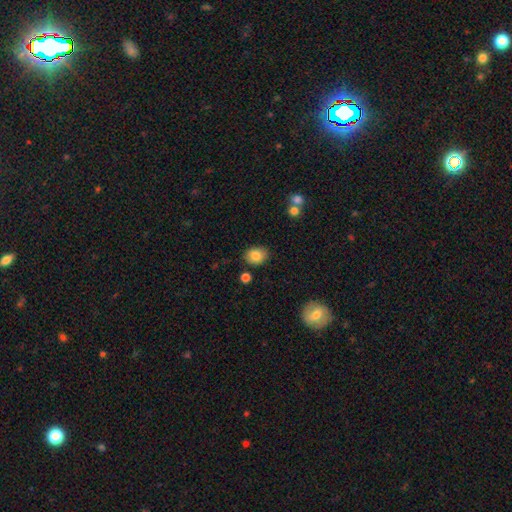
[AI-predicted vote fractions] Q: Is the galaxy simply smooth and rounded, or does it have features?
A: smooth — 85%.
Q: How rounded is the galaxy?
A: round — 50%.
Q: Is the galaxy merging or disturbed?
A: none — 81%.